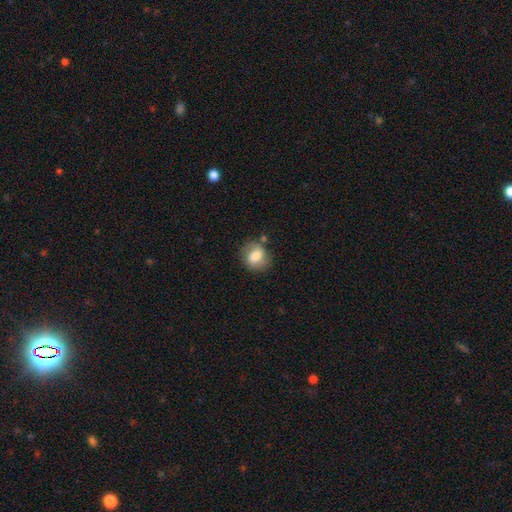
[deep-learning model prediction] Smooth or featured? Predicted: smooth (p=0.70). How rounded? Predicted: round (p=0.62). Merging? Predicted: none (p=0.68).